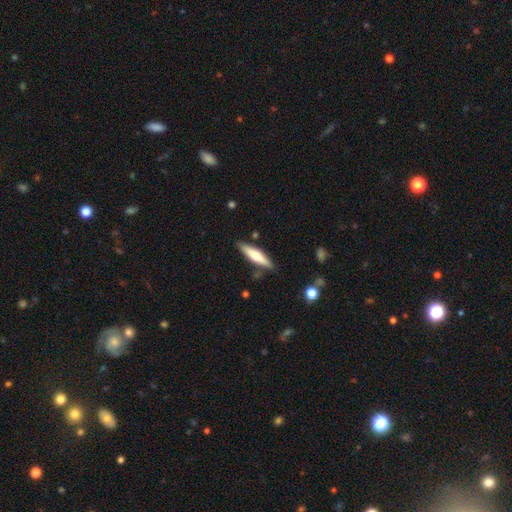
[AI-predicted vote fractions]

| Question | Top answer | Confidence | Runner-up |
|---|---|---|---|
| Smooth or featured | smooth | 53% | featured or disk (41%) |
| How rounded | cigar-shaped | 80% | in between (19%) |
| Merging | none | 84% | minor disturbance (11%) |